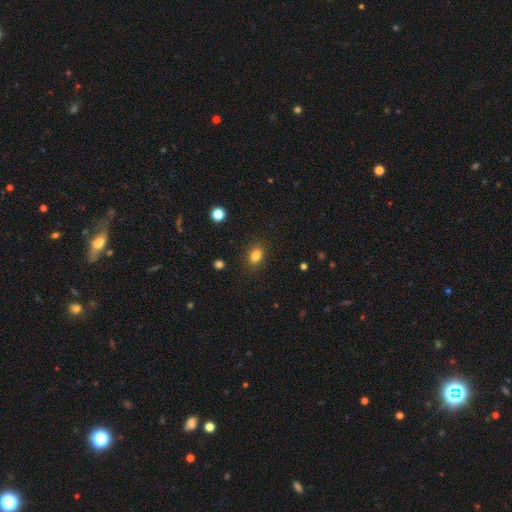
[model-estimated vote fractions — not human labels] This appears to be a smooth galaxy with no disk features (83%) that is in between round and cigar-shaped (64%). Merging: none (85%).